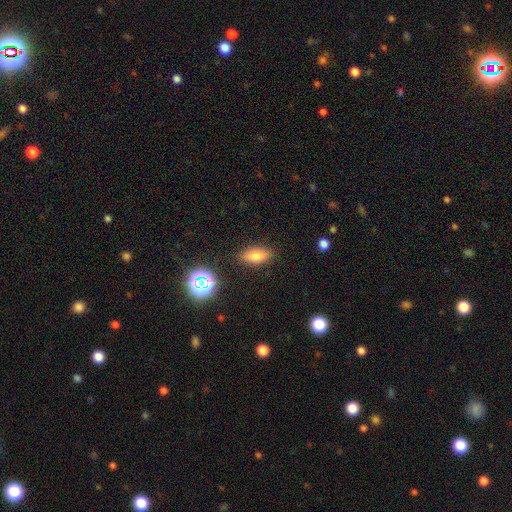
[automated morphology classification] Overall: smooth (72%). How rounded: in between (77%). Merging: none (85%).